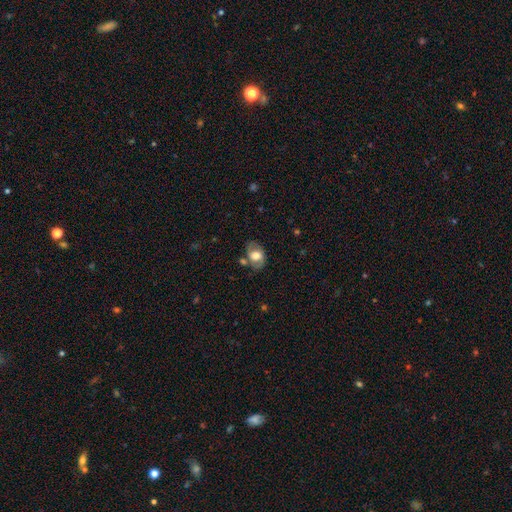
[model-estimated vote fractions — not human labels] This appears to be a smooth galaxy with no disk features (50%) that is in between round and cigar-shaped (79%). Merging: none (64%).